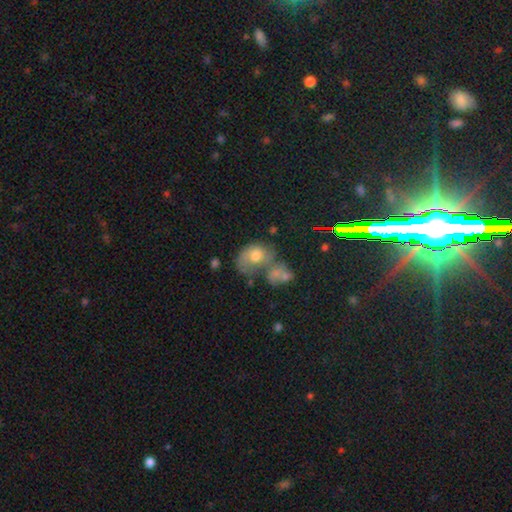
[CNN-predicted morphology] Smooth or featured?
  - smooth: 59% *
  - featured or disk: 30%
  - star or artifact: 11%
How rounded?
  - in between: 64% *
  - round: 34%
  - cigar-shaped: 1%
Merging?
  - merger: 43% *
  - none: 22%
  - major disturbance: 20%
  - minor disturbance: 16%